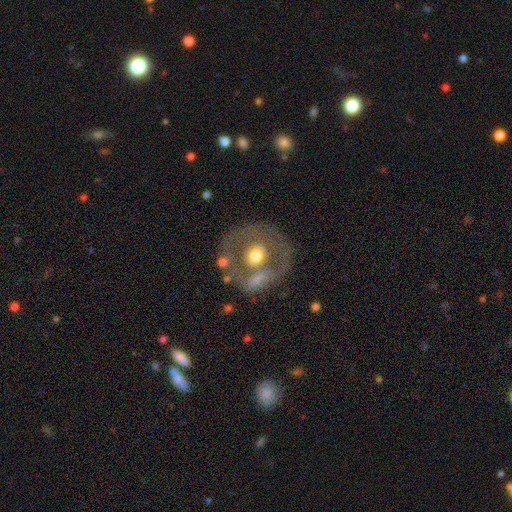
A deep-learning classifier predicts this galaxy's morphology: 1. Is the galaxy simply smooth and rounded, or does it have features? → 52% featured or disk, 41% smooth, 7% star or artifact.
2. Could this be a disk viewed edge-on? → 93% no, 7% yes.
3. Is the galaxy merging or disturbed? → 64% none, 15% minor disturbance, 11% merger, 10% major disturbance.